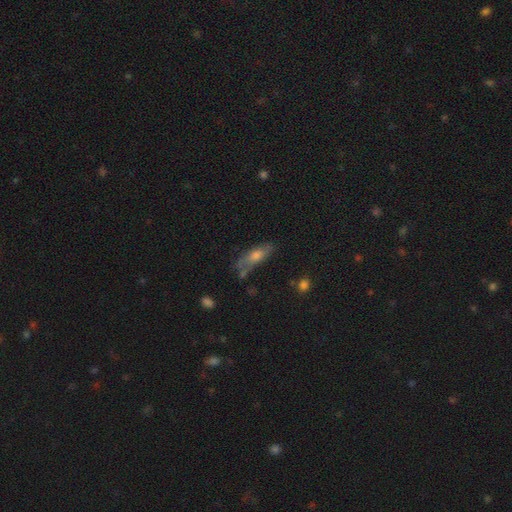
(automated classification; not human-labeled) Q: Smooth or featured?
A: smooth (56%); runner-up: featured or disk (33%)
Q: How rounded?
A: cigar-shaped (48%); tied with: in between (48%)
Q: Merging?
A: none (63%); runner-up: minor disturbance (22%)